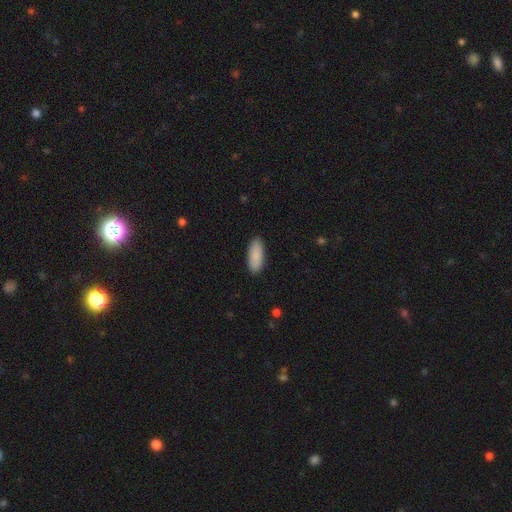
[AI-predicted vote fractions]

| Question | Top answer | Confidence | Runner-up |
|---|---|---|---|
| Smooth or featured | smooth | 90% | star or artifact (6%) |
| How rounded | in between | 75% | cigar-shaped (23%) |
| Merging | none | 89% | minor disturbance (8%) |